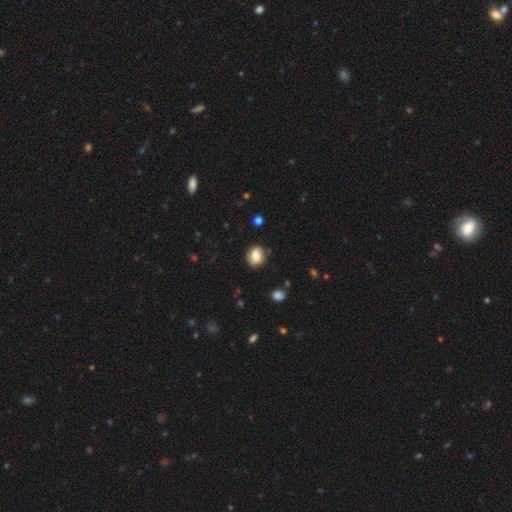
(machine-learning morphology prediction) smooth_or_featured: smooth (p=0.67) [alt: featured or disk p=0.24]
how_rounded: round (p=0.65) [alt: in between p=0.34]
merging: none (p=0.75) [alt: minor disturbance p=0.18]